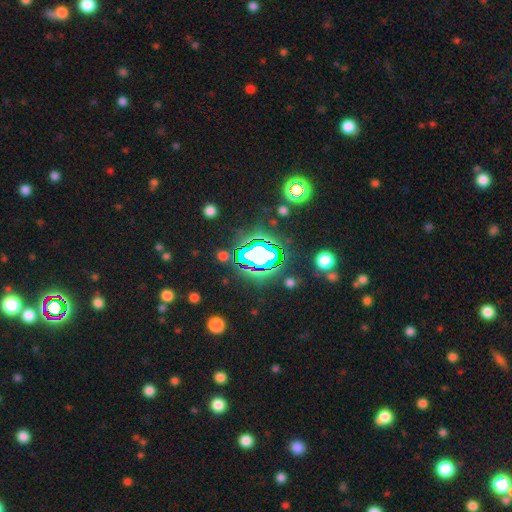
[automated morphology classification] smooth-or-featured: star or artifact: 74% | smooth: 15% | featured or disk: 11%